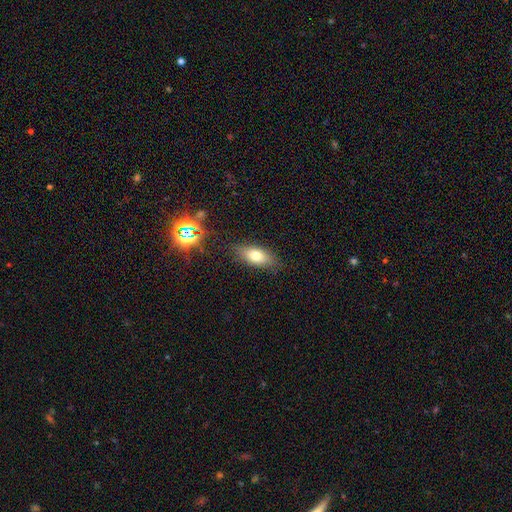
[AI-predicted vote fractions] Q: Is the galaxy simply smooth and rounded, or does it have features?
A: smooth — 71%.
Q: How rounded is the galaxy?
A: in between — 79%.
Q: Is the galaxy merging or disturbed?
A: none — 82%.